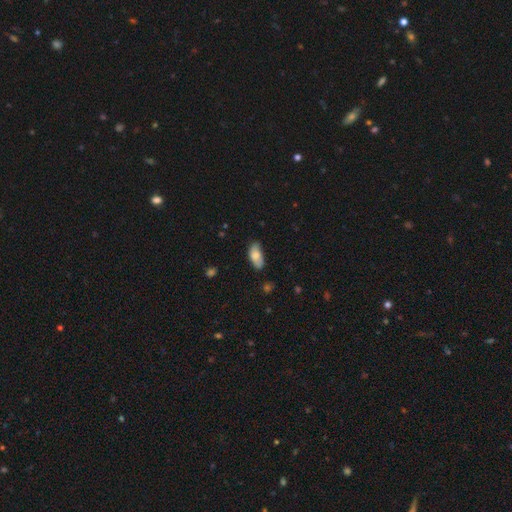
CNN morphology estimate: The model was most divided on "merging": none: 64%, minor disturbance: 28%, major disturbance: 6%, merger: 2%. More confident: how rounded — in between (89%); smooth or featured — smooth (77%).